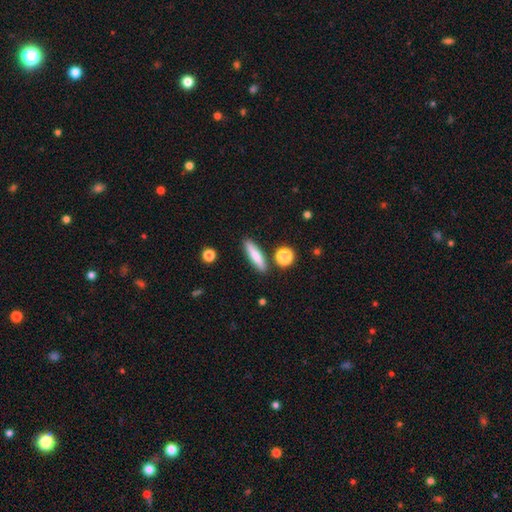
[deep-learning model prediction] Smooth or featured: smooth — 74% (featured or disk — 19%)
How rounded: cigar-shaped — 78% (in between — 19%)
Merging: none — 86% (minor disturbance — 8%)